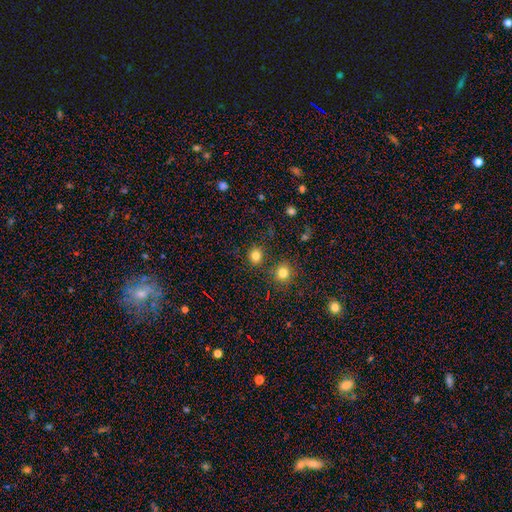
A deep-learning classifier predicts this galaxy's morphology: smooth-or-featured: smooth: 80% | star or artifact: 15% | featured or disk: 5%
  how-rounded: round: 83% | in between: 16% | cigar-shaped: 1%
  merging: none: 80% | minor disturbance: 9% | merger: 7% | major disturbance: 4%